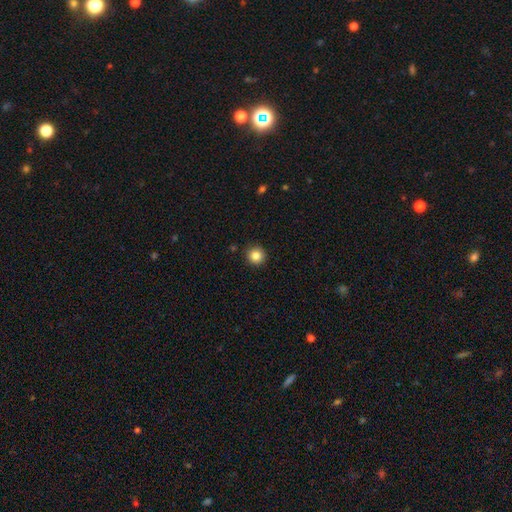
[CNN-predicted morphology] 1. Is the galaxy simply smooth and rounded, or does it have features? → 85% smooth, 10% star or artifact, 5% featured or disk.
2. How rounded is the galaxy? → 95% round, 4% in between, 1% cigar-shaped.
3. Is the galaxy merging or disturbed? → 92% none, 5% minor disturbance, 2% major disturbance, 1% merger.